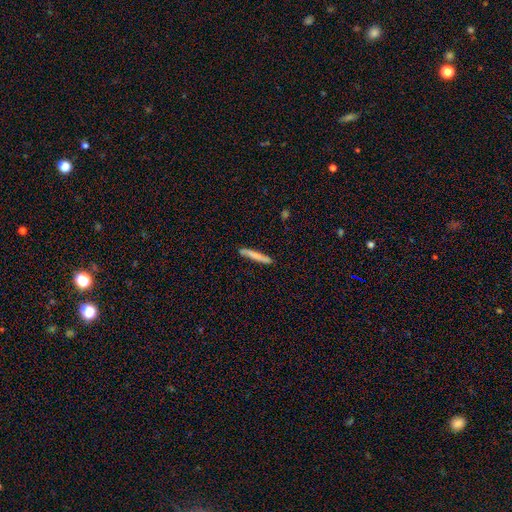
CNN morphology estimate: smooth_or_featured: smooth (p=0.74) [alt: featured or disk p=0.20]
how_rounded: cigar-shaped (p=0.96) [alt: in between p=0.03]
merging: none (p=0.85) [alt: minor disturbance p=0.11]